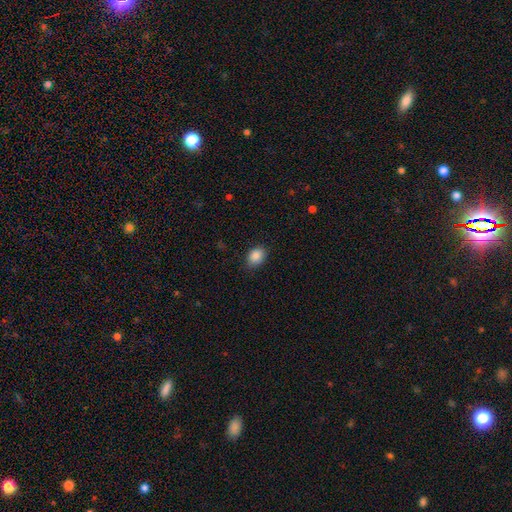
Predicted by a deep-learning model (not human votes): Q: Smooth or featured?
A: smooth (87%); runner-up: star or artifact (8%)
Q: How rounded?
A: in between (64%); runner-up: round (35%)
Q: Merging?
A: none (81%); runner-up: minor disturbance (15%)